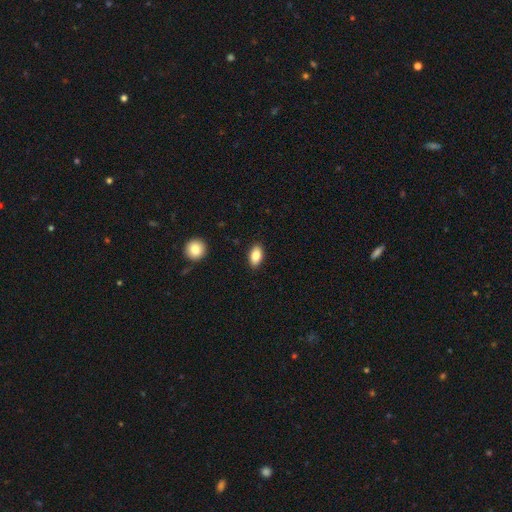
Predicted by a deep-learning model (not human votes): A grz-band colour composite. It shows a smooth galaxy with no disk features (84%) that is in between round and cigar-shaped (90%). Merging: none (89%).